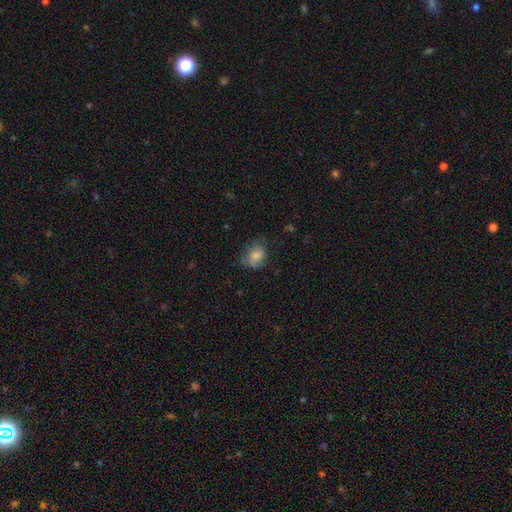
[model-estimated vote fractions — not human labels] Overall: smooth (75%). How rounded: in between (58%; round 41%). Merging: none (61%; minor disturbance 27%).